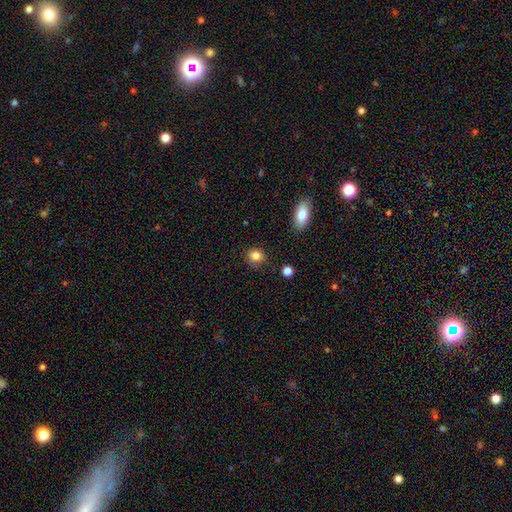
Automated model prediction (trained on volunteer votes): Overall: smooth (85%). How rounded: round (73%). Merging: none (77%).